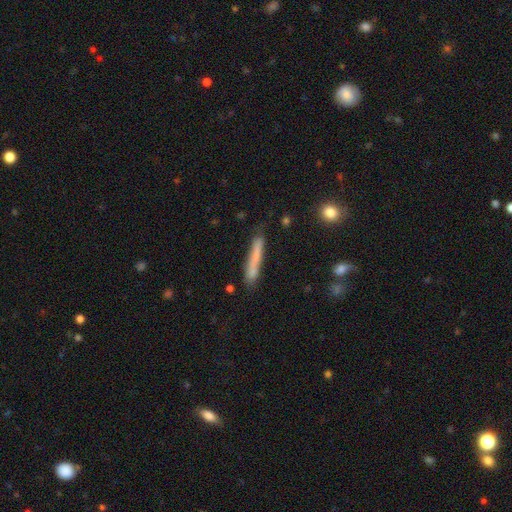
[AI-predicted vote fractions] Smooth or featured? Predicted: smooth (p=0.72). How rounded? Predicted: cigar-shaped (p=0.94). Merging? Predicted: none (p=0.76).